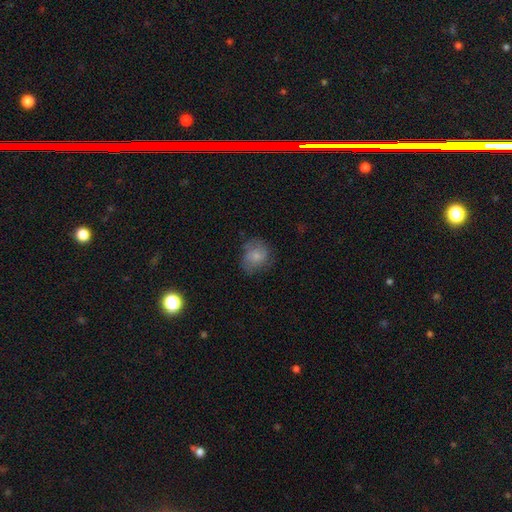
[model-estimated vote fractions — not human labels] The model was most divided on "how rounded": round: 66%, in between: 33%, cigar-shaped: 1%. More confident: smooth or featured — smooth (66%); merging — none (61%).